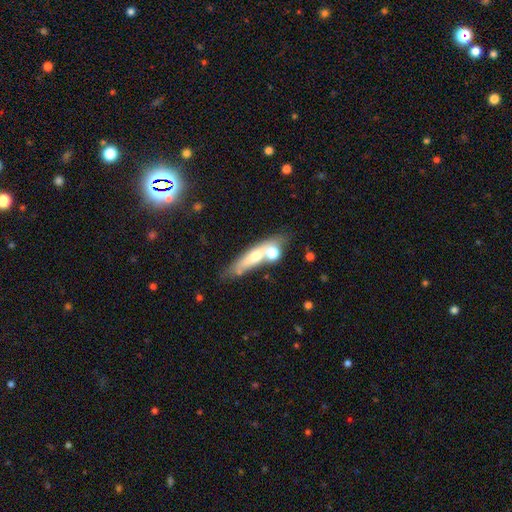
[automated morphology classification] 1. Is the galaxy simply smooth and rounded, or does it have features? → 51% smooth, 40% featured or disk, 9% star or artifact.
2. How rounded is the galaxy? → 69% cigar-shaped, 26% in between, 5% round.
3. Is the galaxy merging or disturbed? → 52% none, 26% merger, 15% minor disturbance, 7% major disturbance.